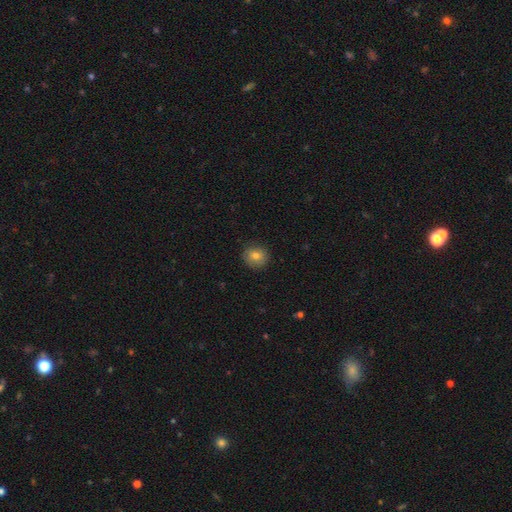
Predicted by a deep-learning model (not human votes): This appears to be a smooth galaxy with no disk features (79%) that is round (88%). Merging: none (87%).